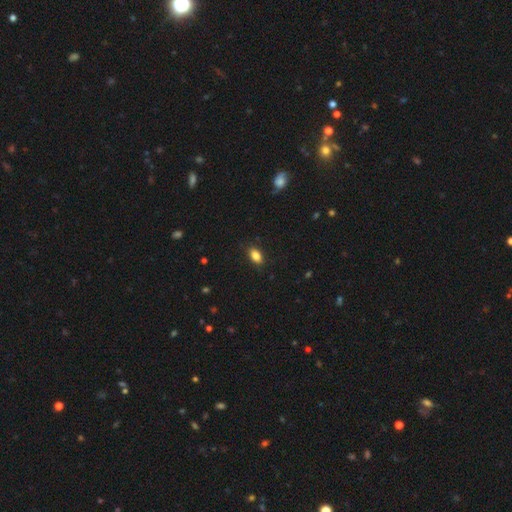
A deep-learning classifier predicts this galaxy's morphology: Smooth or featured? Predicted: smooth (p=0.85). How rounded? Predicted: in between (p=0.88). Merging? Predicted: none (p=0.86).